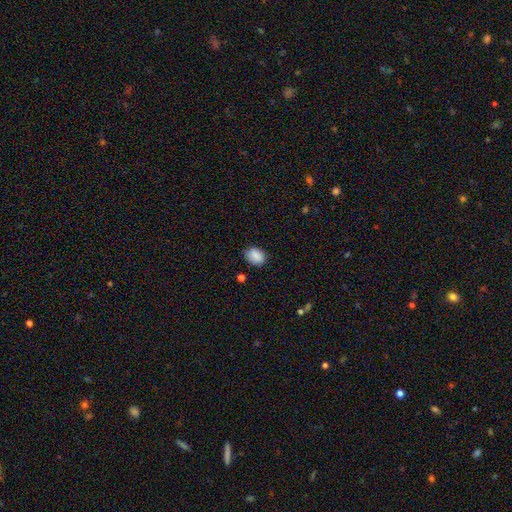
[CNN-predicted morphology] This is clearly a smooth galaxy (87%). How rounded: likely in between (69%). Merging: likely none (76%).